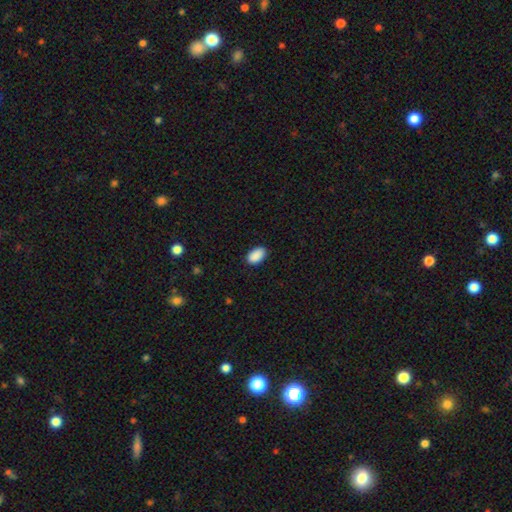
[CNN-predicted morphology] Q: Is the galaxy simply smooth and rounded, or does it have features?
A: smooth — 90%.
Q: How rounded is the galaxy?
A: in between — 93%.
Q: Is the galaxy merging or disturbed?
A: none — 88%.